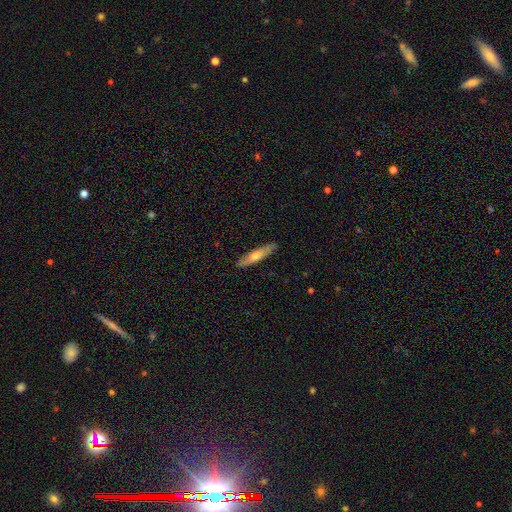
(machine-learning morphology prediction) The model was most divided on "smooth or featured": smooth: 55%, featured or disk: 40%, star or artifact: 6%. More confident: merging — none (88%); how rounded — cigar-shaped (86%).